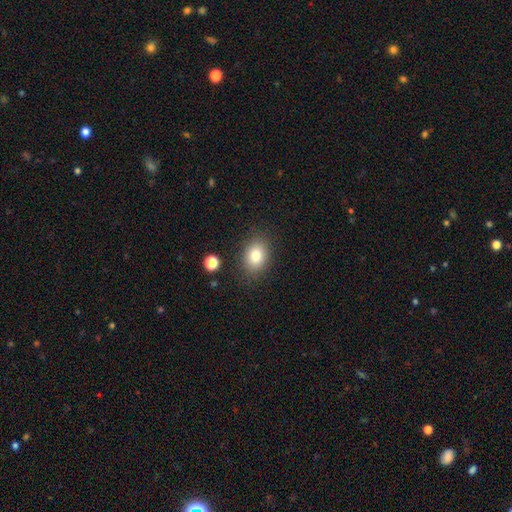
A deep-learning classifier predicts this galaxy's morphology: The model was most divided on "how rounded": in between: 69%, round: 30%, cigar-shaped: 1%. More confident: merging — none (84%); smooth or featured — smooth (80%).